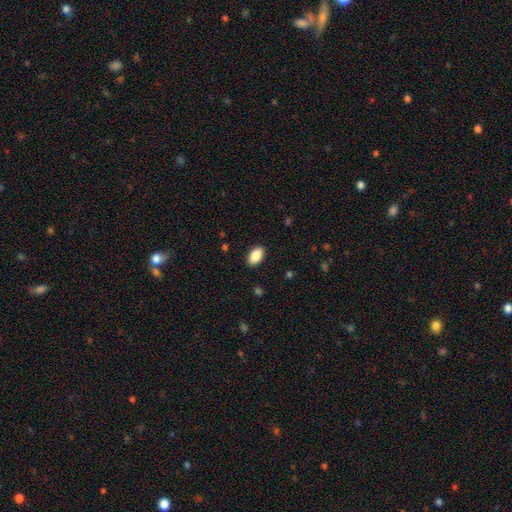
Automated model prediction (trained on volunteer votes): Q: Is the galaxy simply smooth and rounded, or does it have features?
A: smooth — 86%.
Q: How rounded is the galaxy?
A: in between — 93%.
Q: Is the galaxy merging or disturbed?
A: none — 89%.